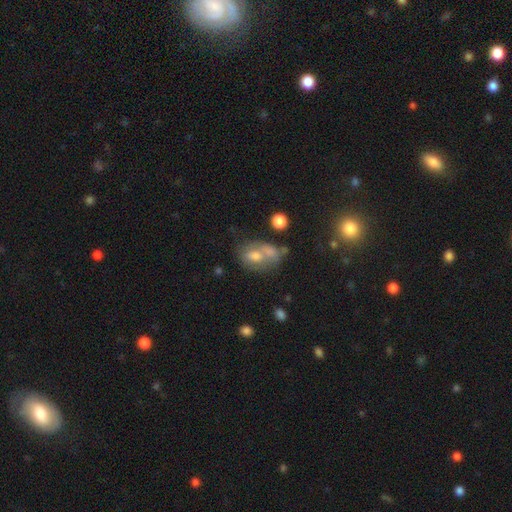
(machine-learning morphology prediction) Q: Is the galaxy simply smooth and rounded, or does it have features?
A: smooth — 58%.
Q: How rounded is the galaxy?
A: in between — 72%.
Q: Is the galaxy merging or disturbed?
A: merger — 43%.